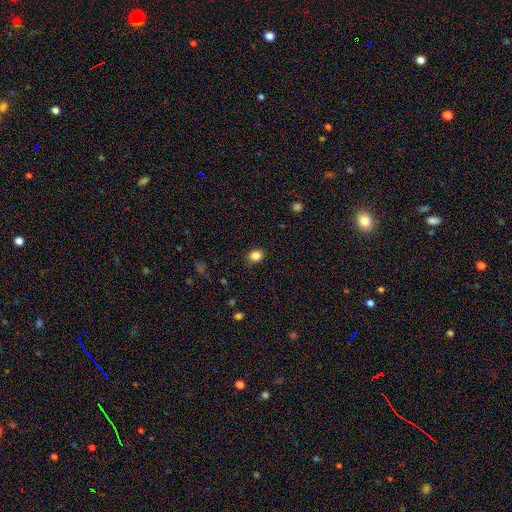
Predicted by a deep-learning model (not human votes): Smooth or featured: smooth — 85% (star or artifact — 11%)
How rounded: round — 54% (in between — 45%)
Merging: none — 86% (minor disturbance — 10%)